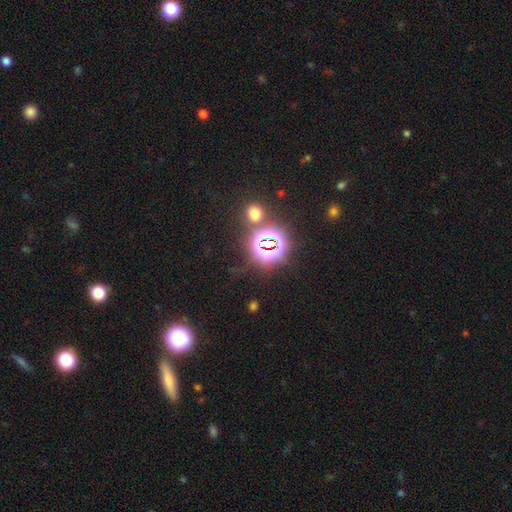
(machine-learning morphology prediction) Smooth or featured?
  - star or artifact: 78% *
  - smooth: 14%
  - featured or disk: 8%